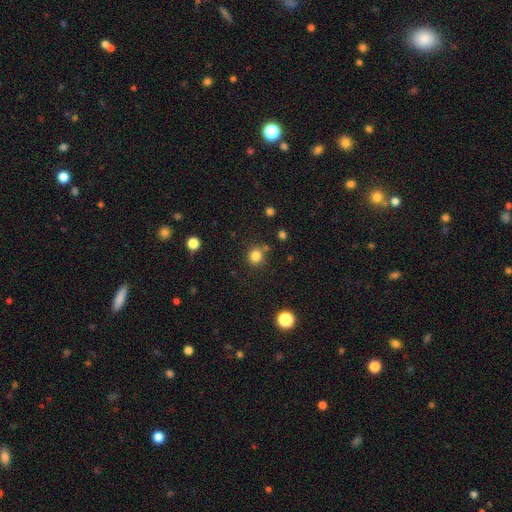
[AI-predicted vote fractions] smooth-or-featured: smooth: 82% | star or artifact: 13% | featured or disk: 5%
  how-rounded: round: 87% | in between: 12% | cigar-shaped: 1%
  merging: none: 78% | minor disturbance: 10% | merger: 9% | major disturbance: 3%